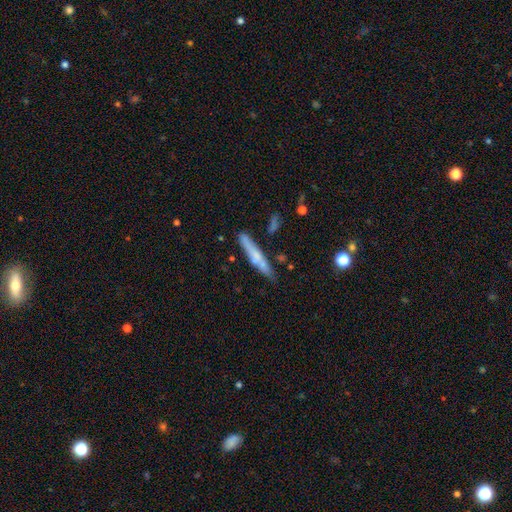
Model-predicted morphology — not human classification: Q: Smooth or featured?
A: smooth (54%); runner-up: featured or disk (39%)
Q: How rounded?
A: cigar-shaped (92%); runner-up: in between (6%)
Q: Merging?
A: none (77%); runner-up: minor disturbance (15%)